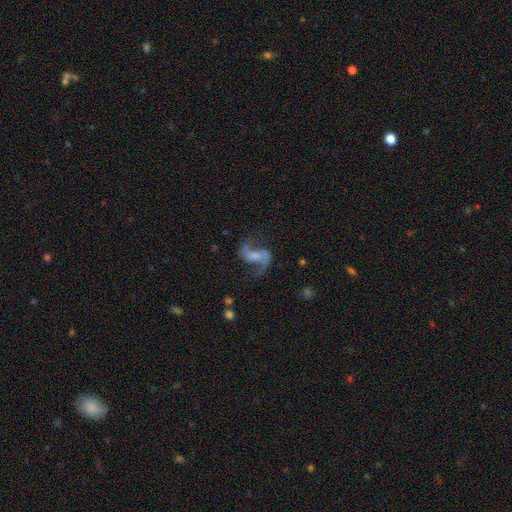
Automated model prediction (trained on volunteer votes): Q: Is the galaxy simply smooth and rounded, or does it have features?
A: featured or disk — 85%.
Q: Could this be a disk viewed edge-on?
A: no — 97%.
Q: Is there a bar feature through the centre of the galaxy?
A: weak — 45%.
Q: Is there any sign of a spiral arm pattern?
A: yes — 95%.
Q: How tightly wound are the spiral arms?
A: loose — 67%.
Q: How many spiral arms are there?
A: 2 — 92%.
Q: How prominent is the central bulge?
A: small — 35%.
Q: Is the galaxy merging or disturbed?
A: none — 64%.